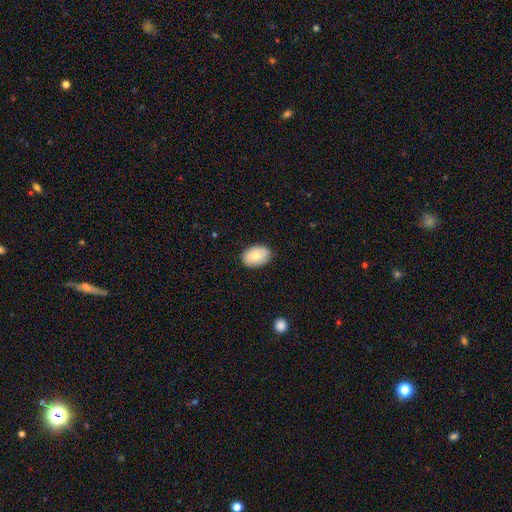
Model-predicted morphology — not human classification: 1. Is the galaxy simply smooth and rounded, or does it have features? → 75% smooth, 18% featured or disk, 7% star or artifact.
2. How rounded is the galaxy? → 86% in between, 13% round, 1% cigar-shaped.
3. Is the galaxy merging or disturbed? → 85% none, 12% minor disturbance, 2% major disturbance, 1% merger.